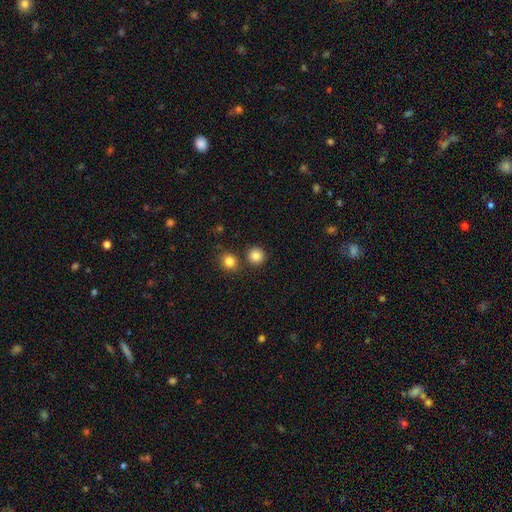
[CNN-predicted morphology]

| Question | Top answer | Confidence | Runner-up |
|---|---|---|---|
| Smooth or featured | smooth | 84% | star or artifact (11%) |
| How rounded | round | 93% | in between (6%) |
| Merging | none | 84% | merger (8%) |